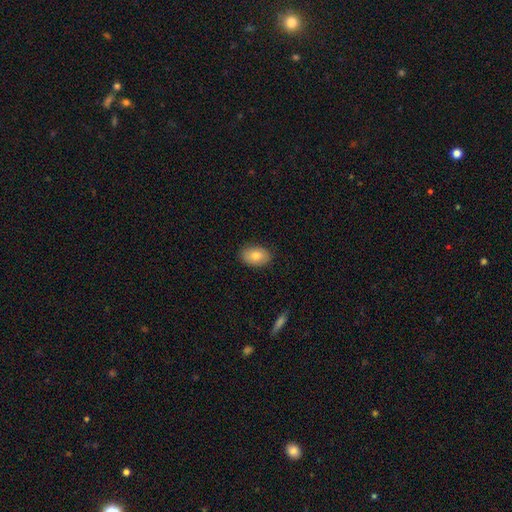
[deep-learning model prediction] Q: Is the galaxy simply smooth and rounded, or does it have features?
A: smooth — 81%.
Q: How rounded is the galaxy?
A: in between — 88%.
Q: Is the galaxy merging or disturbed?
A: none — 87%.